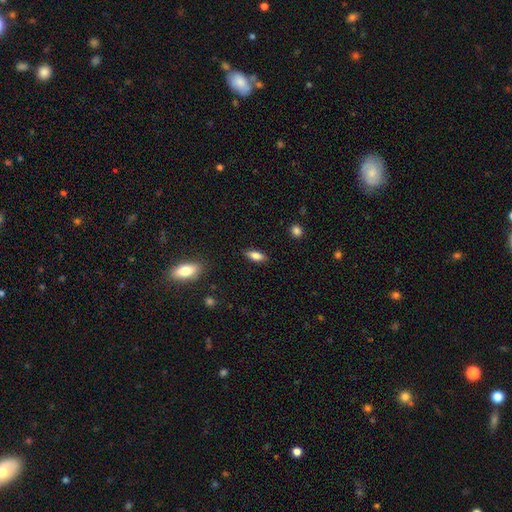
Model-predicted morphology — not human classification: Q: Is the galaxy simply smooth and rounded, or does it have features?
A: smooth — 78%.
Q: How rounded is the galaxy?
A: in between — 74%.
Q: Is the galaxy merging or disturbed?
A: none — 86%.